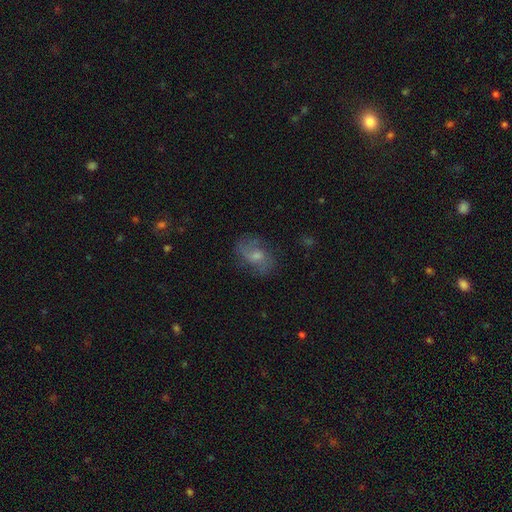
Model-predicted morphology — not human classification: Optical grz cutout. It shows a featured or disk galaxy (54%) with no bar (59%), spiral arms (80%) and a moderate central bulge (46%). Merging: none (64%).